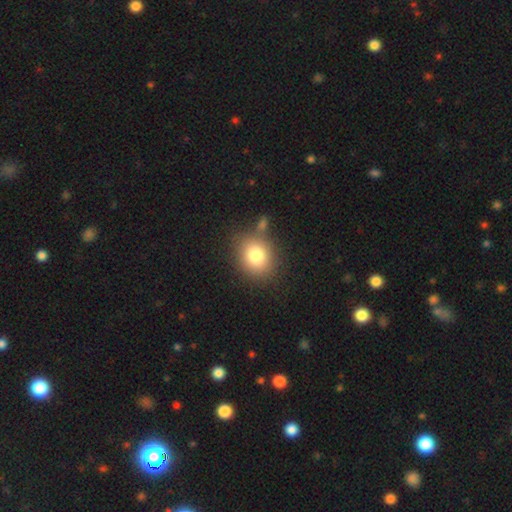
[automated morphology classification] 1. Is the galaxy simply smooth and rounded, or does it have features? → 81% smooth, 10% star or artifact, 9% featured or disk.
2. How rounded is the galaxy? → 68% round, 31% in between, 1% cigar-shaped.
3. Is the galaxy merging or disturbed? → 73% none, 12% minor disturbance, 10% merger, 4% major disturbance.